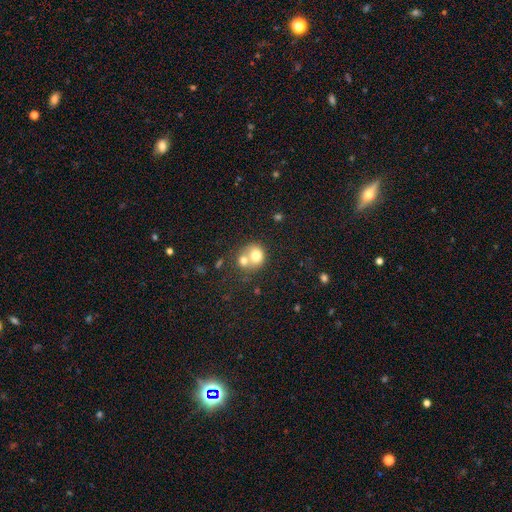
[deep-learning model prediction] Smooth or featured: smooth — 73% (featured or disk — 18%)
How rounded: round — 74% (in between — 25%)
Merging: merger — 57% (none — 32%)